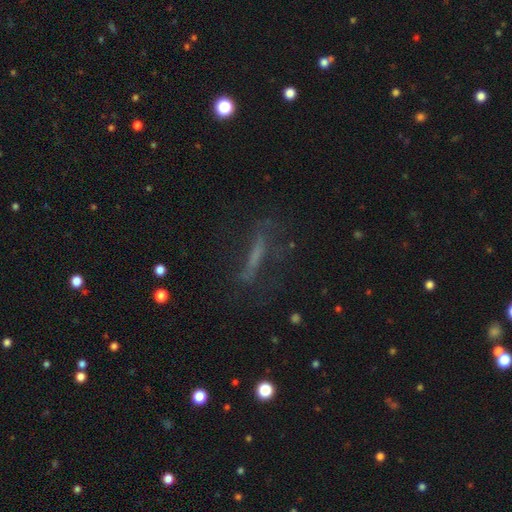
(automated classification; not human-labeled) Smooth or featured? featured or disk (44%)
Merging? none (65%)